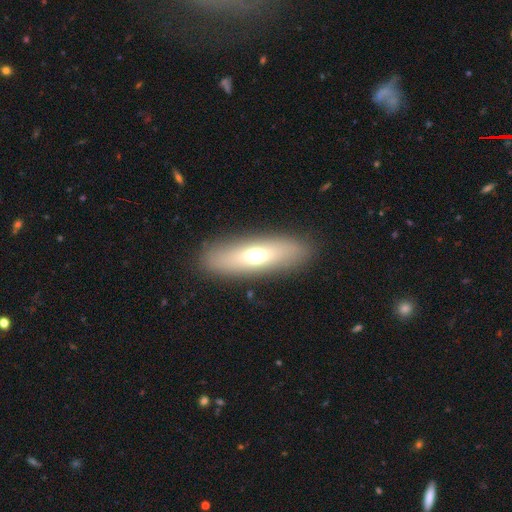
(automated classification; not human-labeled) Smooth or featured? Predicted: smooth (p=0.59). How rounded? Predicted: in between (p=0.53). Merging? Predicted: none (p=0.87).